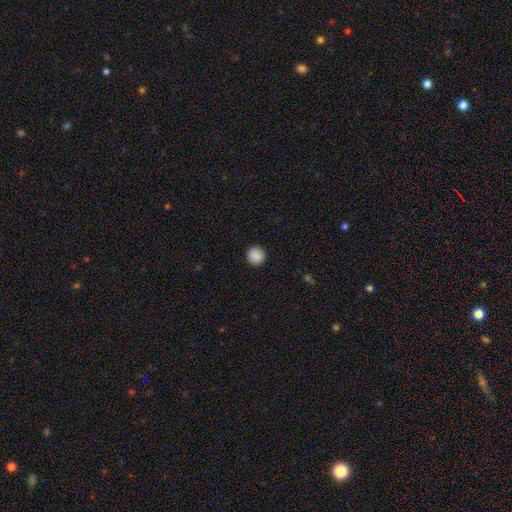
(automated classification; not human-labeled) smooth_or_featured: smooth (p=0.89) [alt: star or artifact p=0.09]
how_rounded: round (p=0.94) [alt: in between p=0.05]
merging: none (p=0.92) [alt: minor disturbance p=0.05]